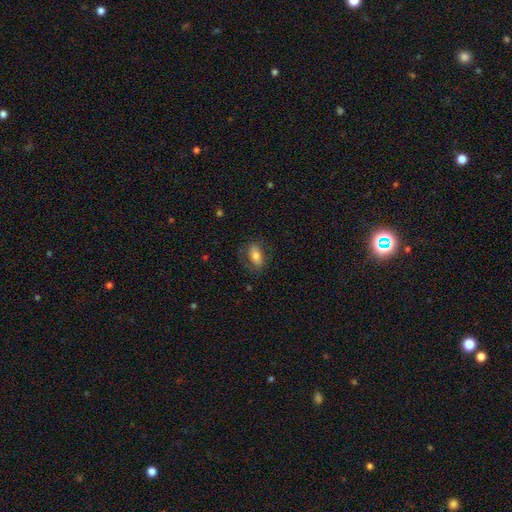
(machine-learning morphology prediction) Smooth or featured: smooth — 70% (featured or disk — 23%)
How rounded: in between — 86% (cigar-shaped — 9%)
Merging: none — 70% (minor disturbance — 19%)